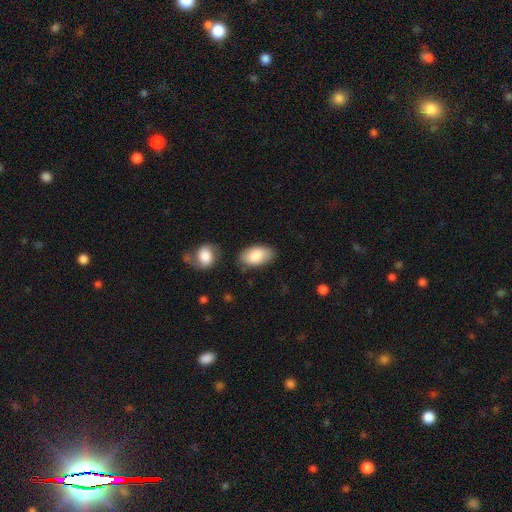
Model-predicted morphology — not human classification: Smooth or featured: smooth — 86% (featured or disk — 8%)
How rounded: in between — 94% (round — 4%)
Merging: none — 76% (minor disturbance — 16%)